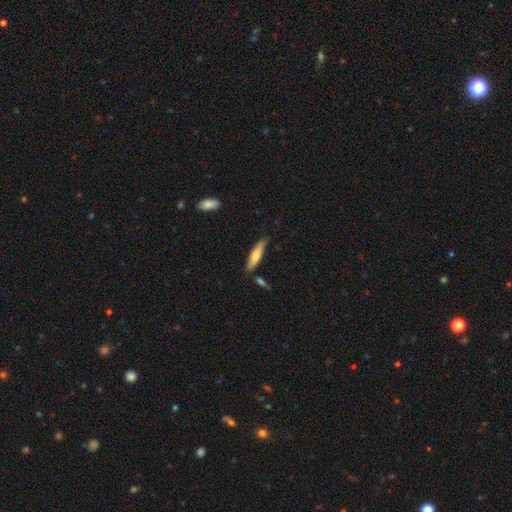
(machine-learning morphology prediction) A smooth galaxy with no disk features (71%) that is cigar-shaped (73%).

Vote fractions:
- Smooth or featured? smooth: 71% / featured or disk: 23% / star or artifact: 6%
- How rounded? cigar-shaped: 73% / in between: 26% / round: 2%
- Merging? none: 77% / minor disturbance: 16% / merger: 4% / major disturbance: 3%